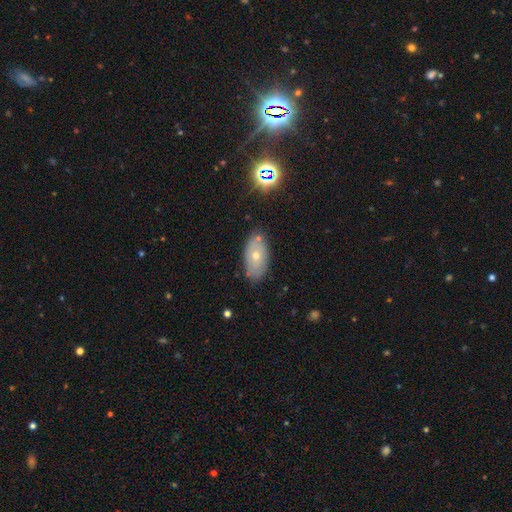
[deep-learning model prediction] smooth-or-featured: smooth: 48% | featured or disk: 38% | star or artifact: 14%
  merging: none: 78% | minor disturbance: 15% | merger: 4% | major disturbance: 3%